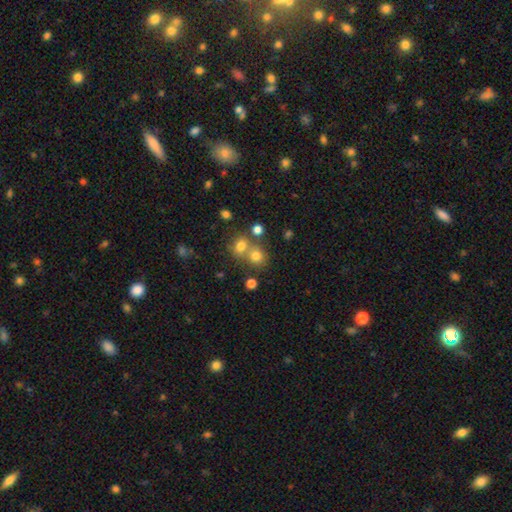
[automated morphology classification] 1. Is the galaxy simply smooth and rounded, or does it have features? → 74% smooth, 16% star or artifact, 9% featured or disk.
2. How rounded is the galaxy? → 78% round, 21% in between, 1% cigar-shaped.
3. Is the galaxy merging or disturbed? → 51% none, 38% merger, 8% minor disturbance, 3% major disturbance.